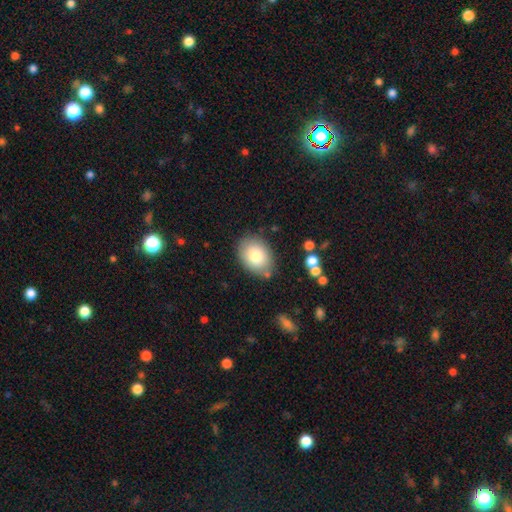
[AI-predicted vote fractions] smooth_or_featured: smooth (p=0.79) [alt: featured or disk p=0.13]
how_rounded: in between (p=0.72) [alt: round p=0.27]
merging: none (p=0.80) [alt: minor disturbance p=0.14]